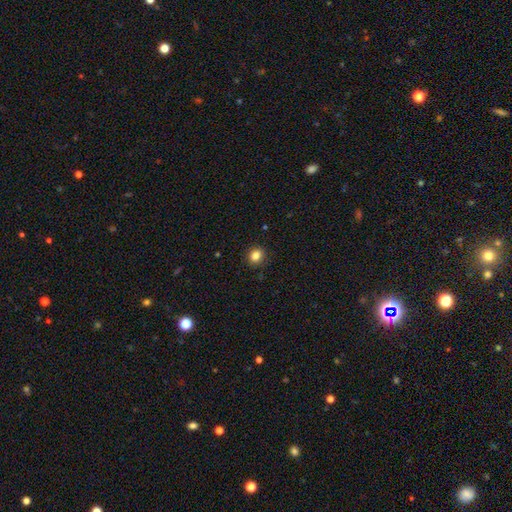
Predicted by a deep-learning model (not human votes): Overall: smooth (84%). How rounded: round (77%). Merging: none (90%).